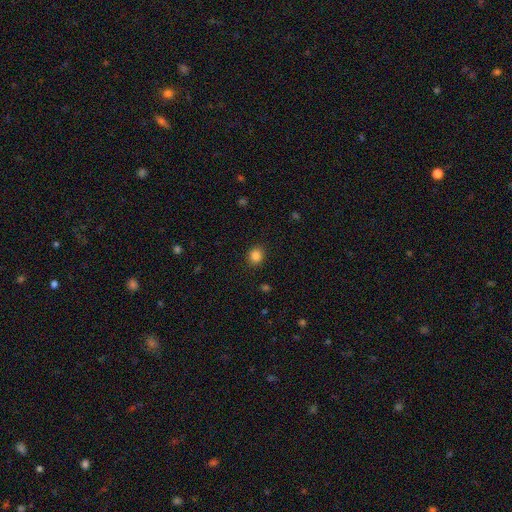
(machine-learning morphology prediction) Smooth or featured? smooth (85%)
How rounded? round (73%)
Merging? none (90%)